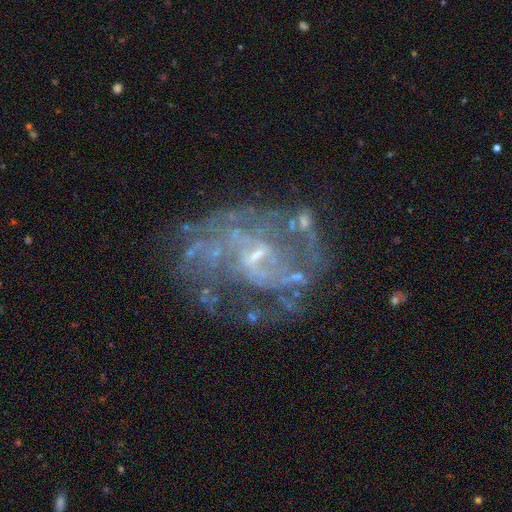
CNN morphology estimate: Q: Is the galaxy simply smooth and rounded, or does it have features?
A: featured or disk — 80%.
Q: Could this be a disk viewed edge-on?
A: no — 98%.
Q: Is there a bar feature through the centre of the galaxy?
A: no — 54%.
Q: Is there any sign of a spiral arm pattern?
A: yes — 71%.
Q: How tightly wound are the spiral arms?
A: tight — 39%, tied with medium.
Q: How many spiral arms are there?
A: can't tell — 46%.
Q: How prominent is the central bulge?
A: small — 62%.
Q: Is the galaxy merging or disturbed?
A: none — 53%.